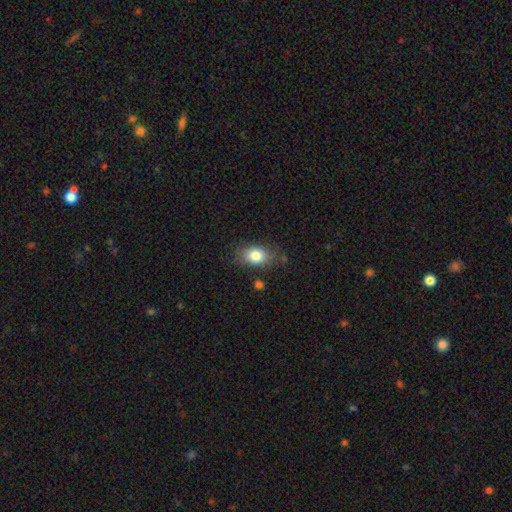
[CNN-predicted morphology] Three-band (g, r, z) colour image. It shows a smooth galaxy with no disk features (81%) that is in between round and cigar-shaped (78%). Merging: none (76%).